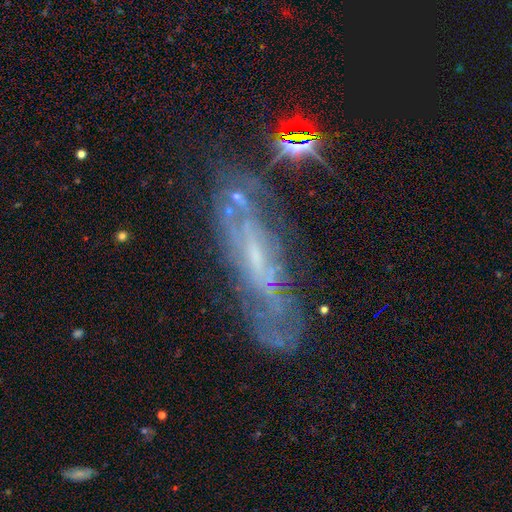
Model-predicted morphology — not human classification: type=featured or disk (72%); edge-on=no (70%); bar=no (44%); spiral arms=yes (69%); bulge=small (55%); merging=none (60%).